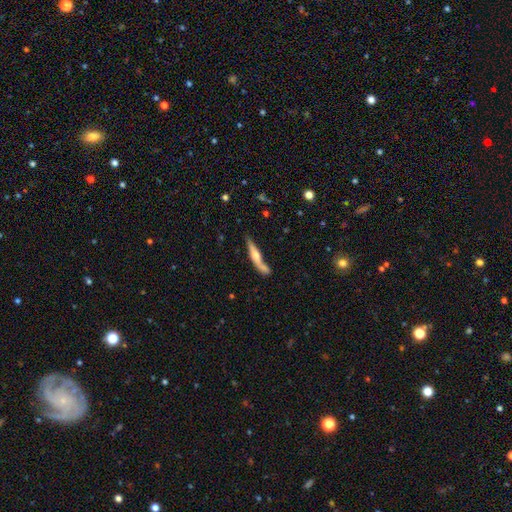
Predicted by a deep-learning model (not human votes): Overall: featured or disk (53%; smooth 41%). Edge-on disk: yes (88%). Merging: none (54%; minor disturbance 21%).